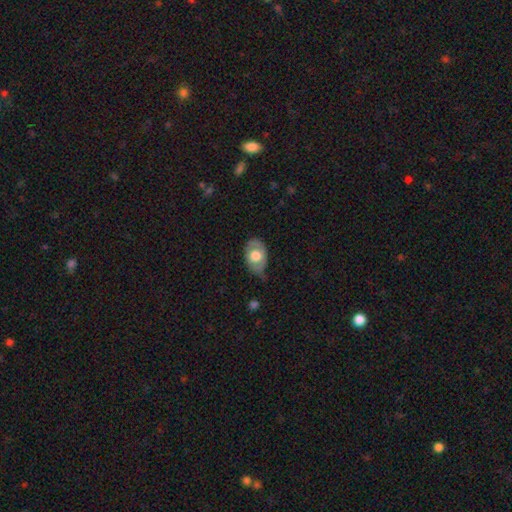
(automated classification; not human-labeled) Smooth or featured? Predicted: smooth (p=0.53). How rounded? Predicted: in between (p=0.80). Merging? Predicted: none (p=0.56).